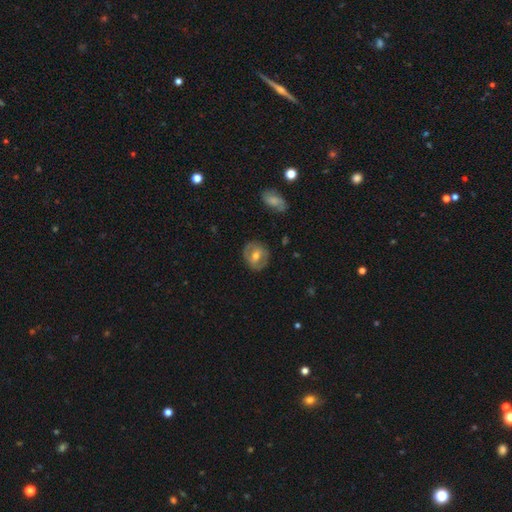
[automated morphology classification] Smooth or featured: featured or disk — 58% (smooth — 36%)
Edge-on disk: no — 95% (yes — 5%)
Bar: weak — 40% (no — 33%)
Spiral arms: yes — 52% (no — 48%)
Bulge size: moderate — 71% (small — 23%)
Merging: none — 81% (minor disturbance — 14%)